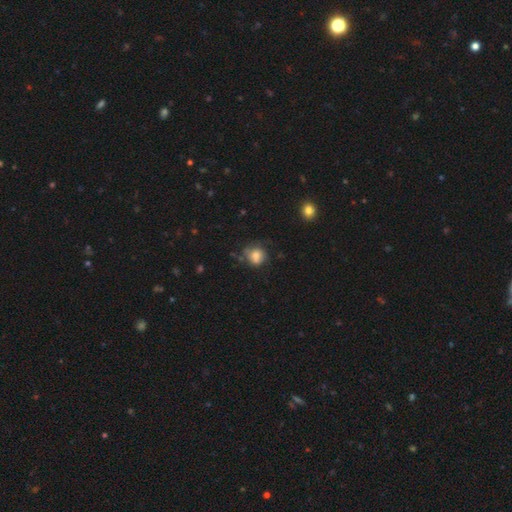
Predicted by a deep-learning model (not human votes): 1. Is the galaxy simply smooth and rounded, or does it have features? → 72% smooth, 18% featured or disk, 10% star or artifact.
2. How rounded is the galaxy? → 81% round, 18% in between, 1% cigar-shaped.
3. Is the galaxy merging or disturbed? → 59% none, 25% minor disturbance, 11% major disturbance, 4% merger.